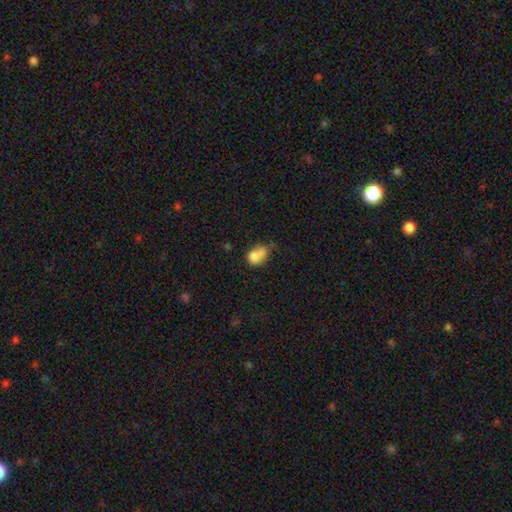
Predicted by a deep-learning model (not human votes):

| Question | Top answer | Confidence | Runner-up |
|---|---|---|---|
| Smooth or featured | smooth | 76% | featured or disk (14%) |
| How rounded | in between | 66% | round (32%) |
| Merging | merger | 30% | none (29%) |